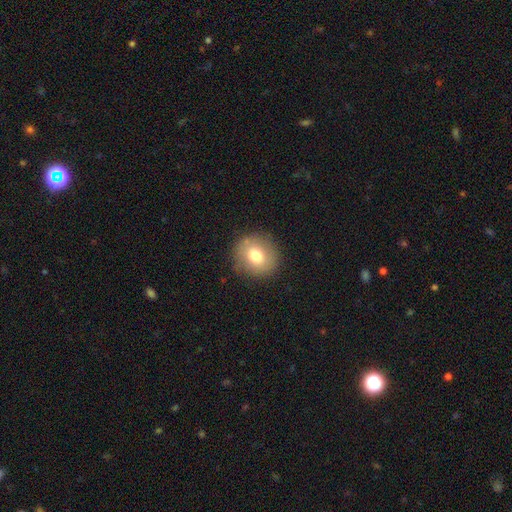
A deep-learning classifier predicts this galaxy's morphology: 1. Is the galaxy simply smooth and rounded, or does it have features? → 75% smooth, 16% featured or disk, 9% star or artifact.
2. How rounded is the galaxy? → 84% round, 15% in between, 1% cigar-shaped.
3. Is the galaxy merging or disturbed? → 86% none, 10% minor disturbance, 3% major disturbance, 1% merger.